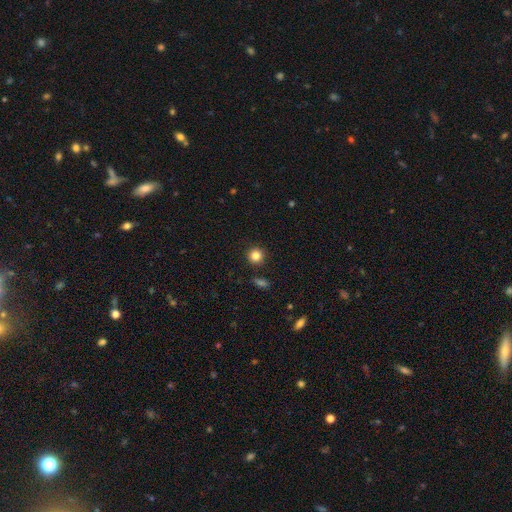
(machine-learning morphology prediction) Smooth or featured? Predicted: smooth (p=0.85). How rounded? Predicted: round (p=0.93). Merging? Predicted: none (p=0.90).